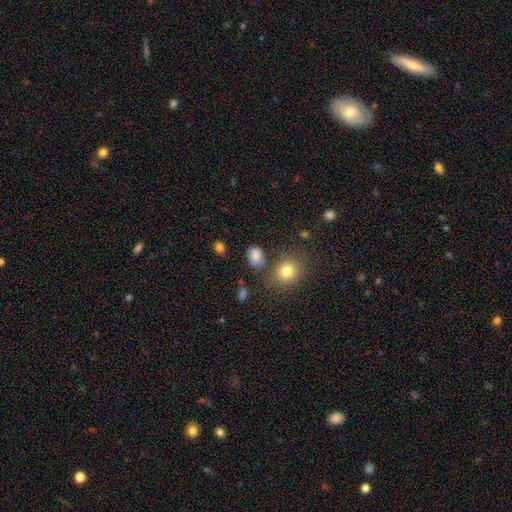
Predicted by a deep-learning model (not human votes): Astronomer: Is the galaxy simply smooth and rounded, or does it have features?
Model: smooth — 83%.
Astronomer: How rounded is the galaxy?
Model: in between — 66%.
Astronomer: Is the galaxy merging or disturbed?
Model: none — 72%.